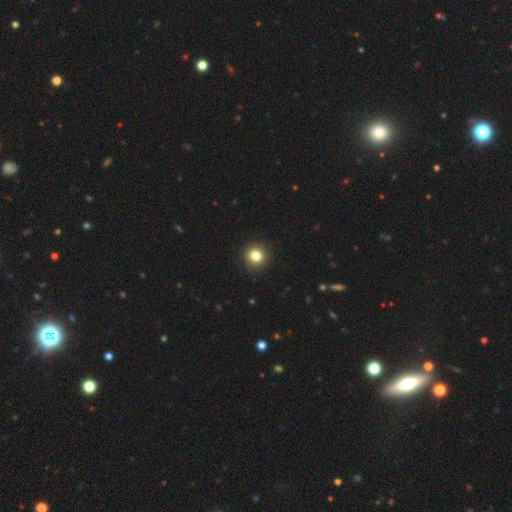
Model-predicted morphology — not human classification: The model was most divided on "smooth or featured": smooth: 82%, star or artifact: 11%, featured or disk: 6%. More confident: merging — none (93%); how rounded — round (91%).